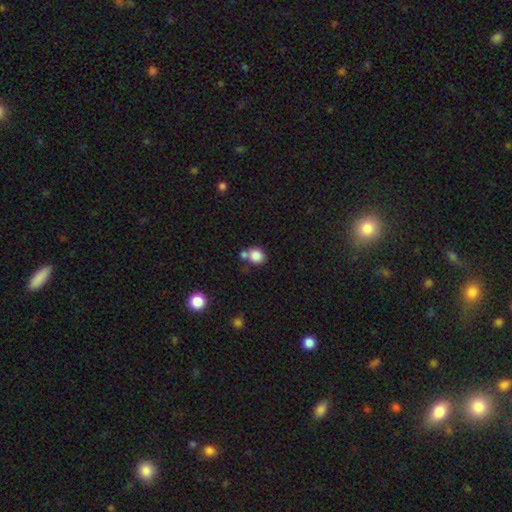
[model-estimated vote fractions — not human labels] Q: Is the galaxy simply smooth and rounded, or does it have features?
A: smooth — 84%.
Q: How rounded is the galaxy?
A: round — 79%.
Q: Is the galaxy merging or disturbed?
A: none — 54%.